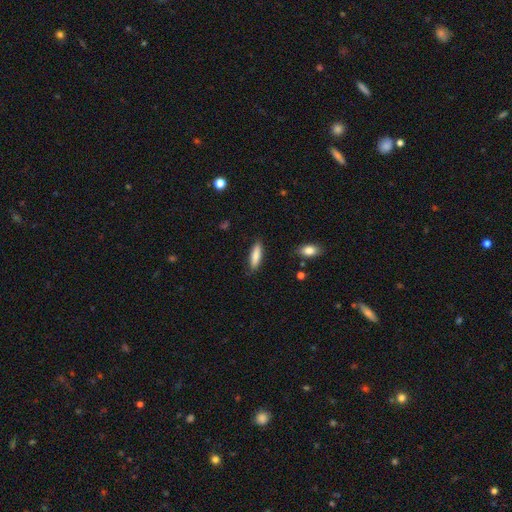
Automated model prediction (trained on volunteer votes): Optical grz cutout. It shows a smooth galaxy with no disk features (84%) that is cigar-shaped (61%). Merging: none (86%).